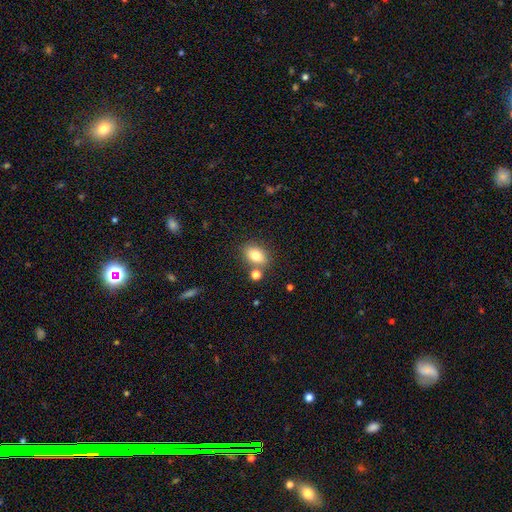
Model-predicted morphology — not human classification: A smooth galaxy with no disk features (79%) that is in between round and cigar-shaped (75%).

Vote fractions:
- Smooth or featured? smooth: 79% / featured or disk: 11% / star or artifact: 10%
- How rounded? in between: 75% / round: 24% / cigar-shaped: 2%
- Merging? none: 71% / merger: 13% / minor disturbance: 12% / major disturbance: 3%